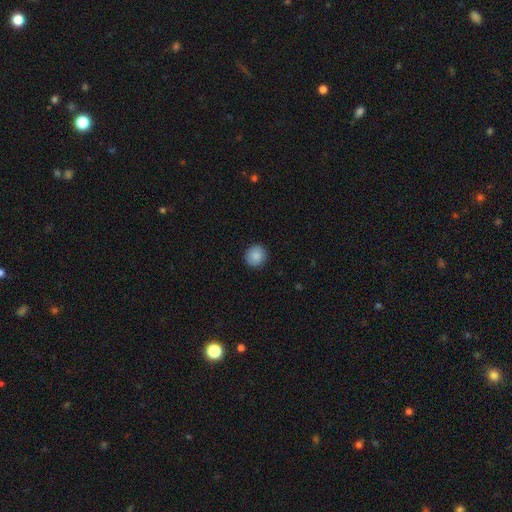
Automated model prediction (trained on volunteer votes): A smooth galaxy with no disk features (88%) that is round (91%). Merging: none (91%).